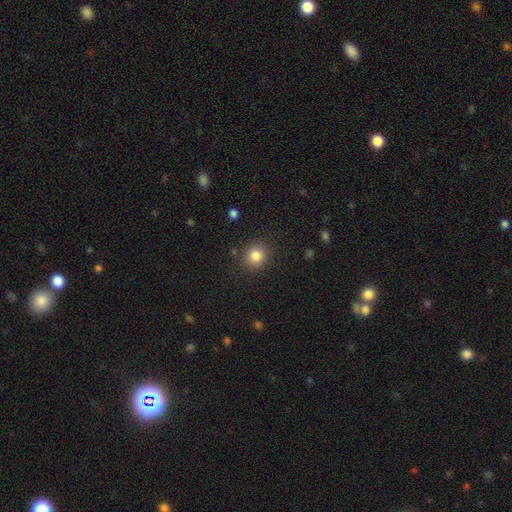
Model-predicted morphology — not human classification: Smooth or featured?
  - smooth: 84% *
  - star or artifact: 11%
  - featured or disk: 5%
How rounded?
  - round: 84% *
  - in between: 15%
  - cigar-shaped: 1%
Merging?
  - none: 86% *
  - minor disturbance: 9%
  - major disturbance: 3%
  - merger: 2%